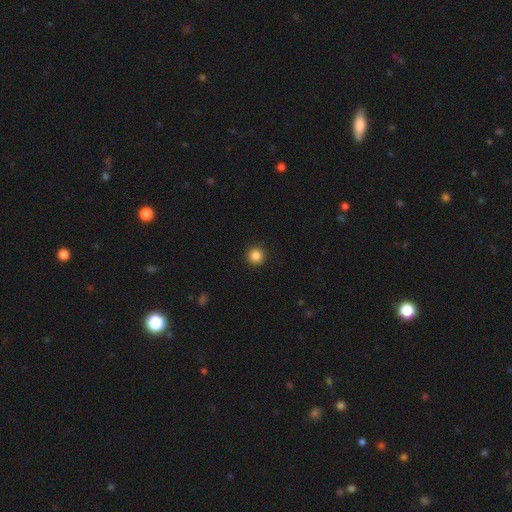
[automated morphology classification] Q: Smooth or featured?
A: smooth (85%); runner-up: star or artifact (11%)
Q: How rounded?
A: round (96%); runner-up: in between (3%)
Q: Merging?
A: none (93%); runner-up: minor disturbance (4%)